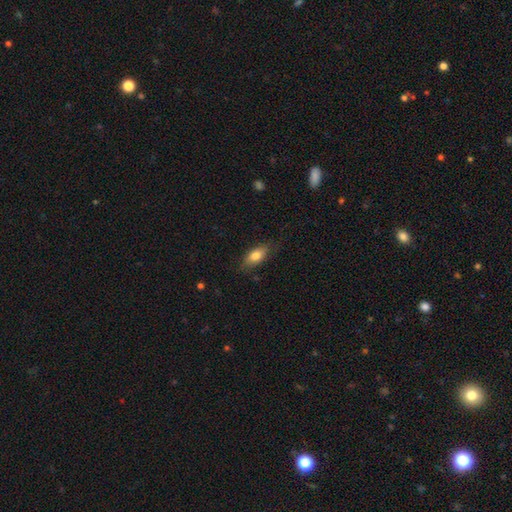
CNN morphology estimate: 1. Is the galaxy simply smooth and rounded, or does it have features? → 77% smooth, 16% featured or disk, 7% star or artifact.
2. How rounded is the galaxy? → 83% in between, 13% cigar-shaped, 4% round.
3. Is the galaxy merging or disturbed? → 77% none, 18% minor disturbance, 4% major disturbance, 1% merger.